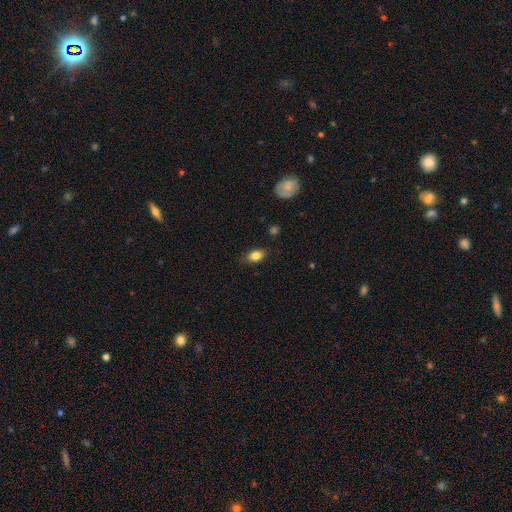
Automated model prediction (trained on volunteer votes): Smooth or featured? smooth (83%)
How rounded? in between (86%)
Merging? none (83%)